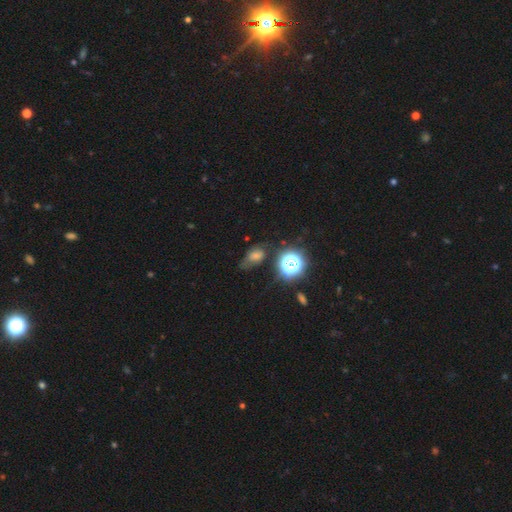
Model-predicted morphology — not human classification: Smooth or featured? star or artifact (40%, tied with smooth)